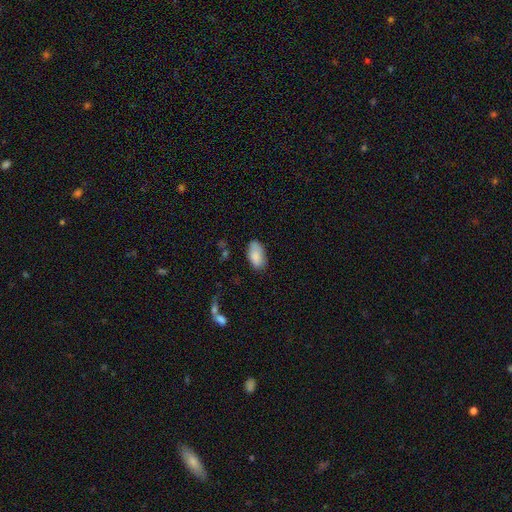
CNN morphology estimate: Smooth or featured? smooth (86%)
How rounded? in between (94%)
Merging? none (74%)